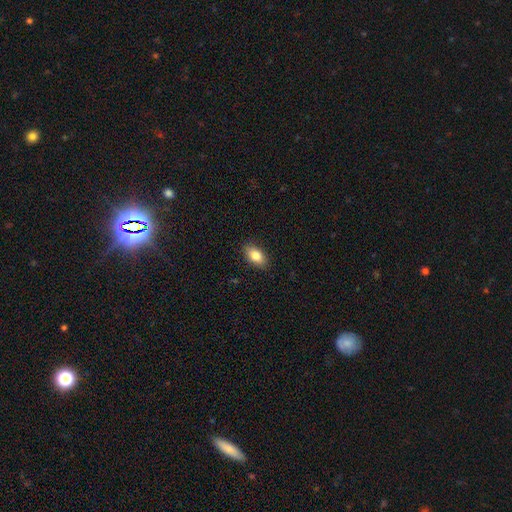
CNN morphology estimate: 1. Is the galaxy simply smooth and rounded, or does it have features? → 83% smooth, 10% featured or disk, 7% star or artifact.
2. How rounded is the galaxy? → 90% in between, 6% round, 4% cigar-shaped.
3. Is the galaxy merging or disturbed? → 88% none, 9% minor disturbance, 2% major disturbance, 1% merger.